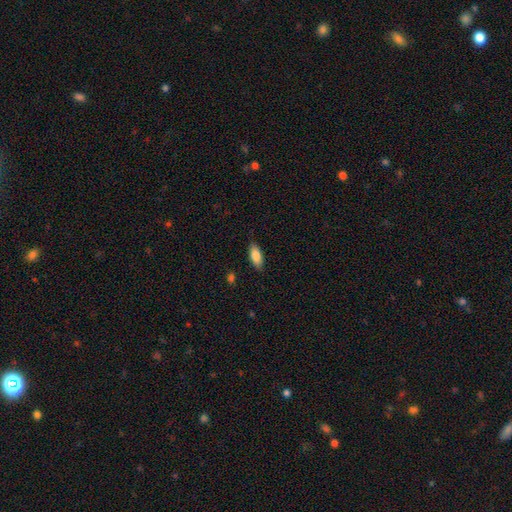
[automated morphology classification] smooth 84%, featured or disk 9%, star or artifact 6%. Down the decision tree: how rounded — in between (84%); merging — none (85%).